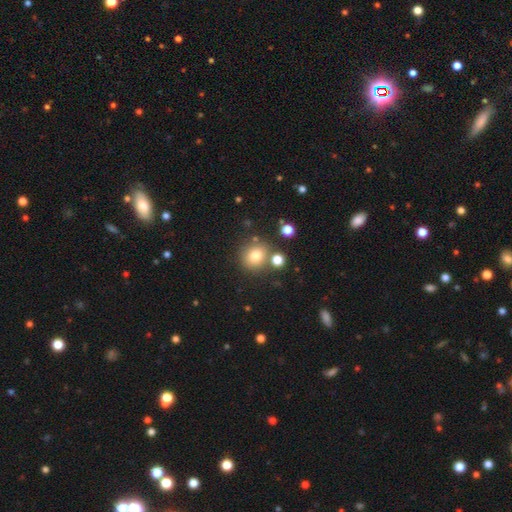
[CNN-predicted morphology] Smooth or featured: smooth — 77% (star or artifact — 13%)
How rounded: round — 84% (in between — 15%)
Merging: none — 74% (merger — 12%)